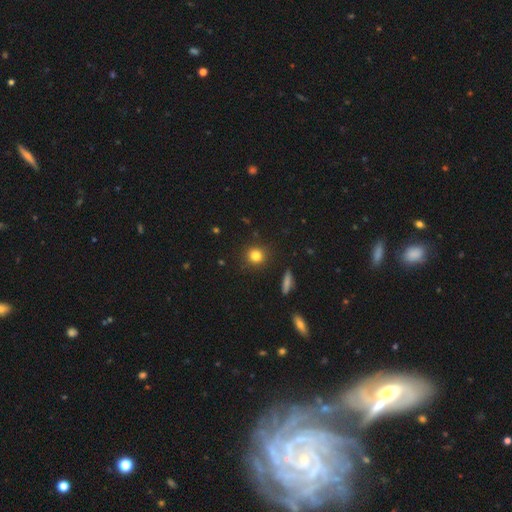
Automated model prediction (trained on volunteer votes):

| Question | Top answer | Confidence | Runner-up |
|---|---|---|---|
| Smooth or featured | smooth | 82% | star or artifact (12%) |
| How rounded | round | 87% | in between (11%) |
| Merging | none | 88% | minor disturbance (8%) |